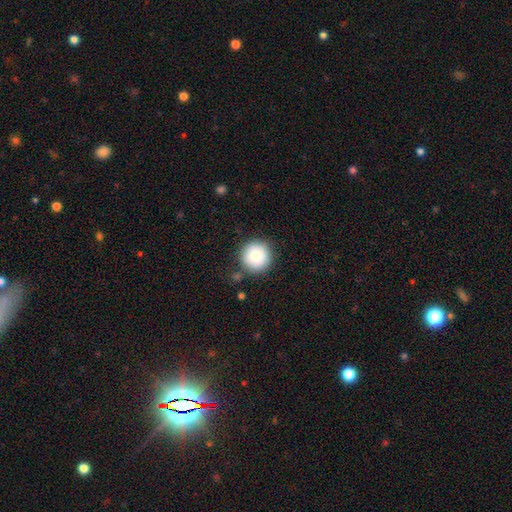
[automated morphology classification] The model was most divided on "merging": none: 84%, minor disturbance: 10%, merger: 3%, major disturbance: 3%. More confident: how rounded — round (95%); smooth or featured — smooth (83%).